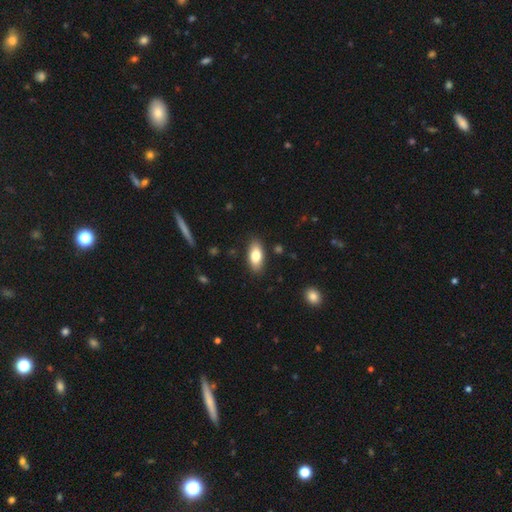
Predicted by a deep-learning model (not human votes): smooth 80%, featured or disk 14%, star or artifact 7%. Down the decision tree: how rounded — in between (87%); merging — none (87%).